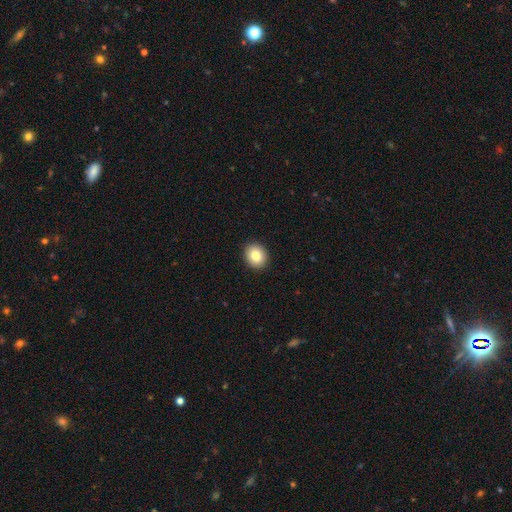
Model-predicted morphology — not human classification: Smooth or featured: smooth — 82% (star or artifact — 9%)
How rounded: round — 66% (in between — 33%)
Merging: none — 92% (minor disturbance — 6%)